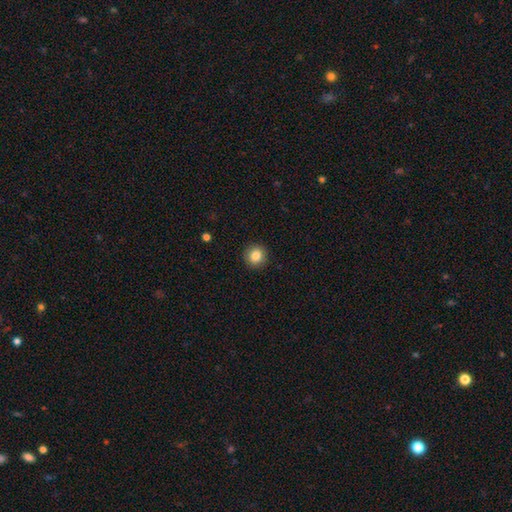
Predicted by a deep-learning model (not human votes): This is clearly a smooth galaxy (85%). How rounded: clearly round (92%). Merging: clearly none (92%).